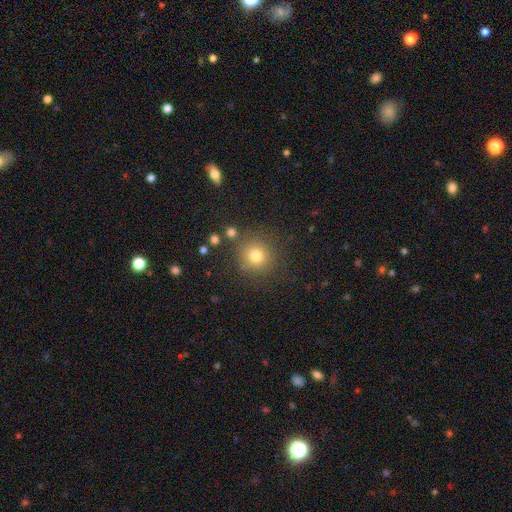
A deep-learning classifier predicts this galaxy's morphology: smooth_or_featured: smooth (p=0.78) [alt: star or artifact p=0.15]
how_rounded: round (p=0.92) [alt: in between p=0.07]
merging: none (p=0.83) [alt: minor disturbance p=0.09]